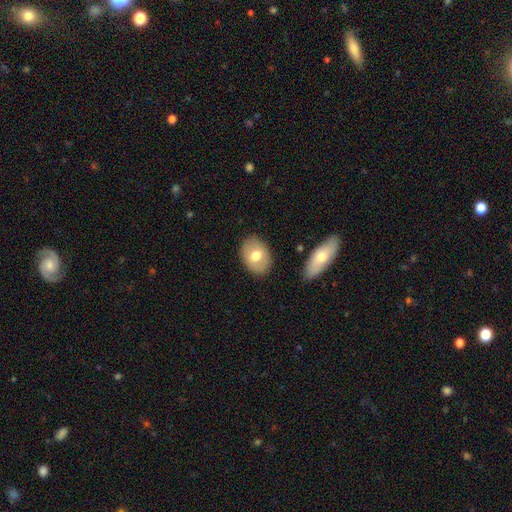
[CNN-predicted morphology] Q: Smooth or featured?
A: smooth (67%); runner-up: featured or disk (26%)
Q: How rounded?
A: in between (74%); runner-up: round (25%)
Q: Merging?
A: none (84%); runner-up: minor disturbance (11%)